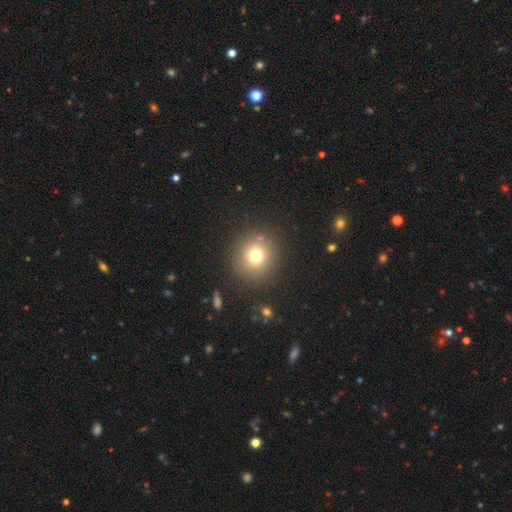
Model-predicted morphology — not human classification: smooth 74%, star or artifact 16%, featured or disk 11%. Down the decision tree: how rounded — round (89%); merging — none (85%).